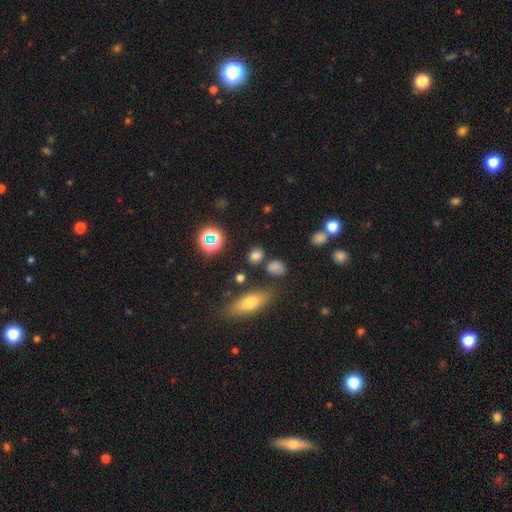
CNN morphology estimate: Overall: smooth (72%). How rounded: in between (52%; round 45%). Merging: none (78%).